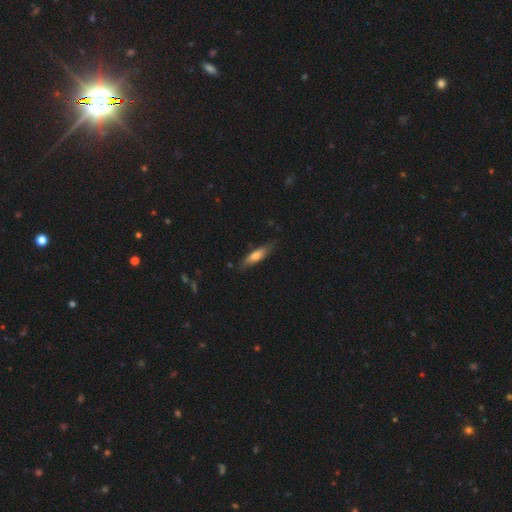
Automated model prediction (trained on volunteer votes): Smooth or featured?
  - smooth: 63% *
  - featured or disk: 31%
  - star or artifact: 6%
How rounded?
  - cigar-shaped: 67% *
  - in between: 31%
  - round: 2%
Merging?
  - none: 81% *
  - minor disturbance: 15%
  - major disturbance: 2%
  - merger: 2%